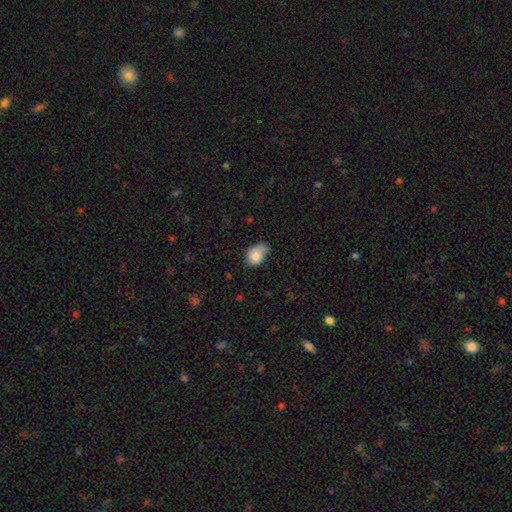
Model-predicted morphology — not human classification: A smooth galaxy with no disk features (81%) that is in between round and cigar-shaped (71%). Merging: none (40%).